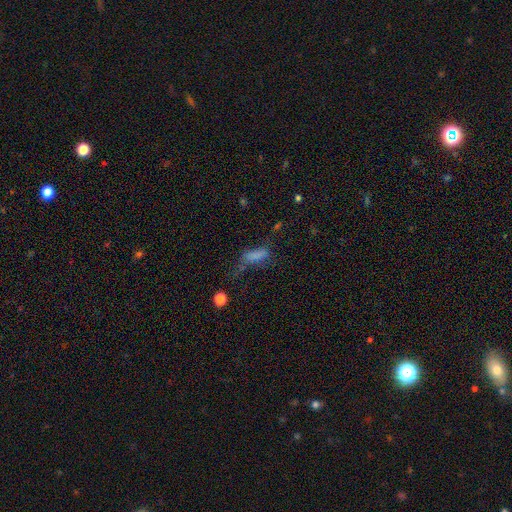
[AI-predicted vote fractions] This appears to be a smooth galaxy with no disk features (69%) that is in between round and cigar-shaped (63%). Merging: major disturbance (34%).